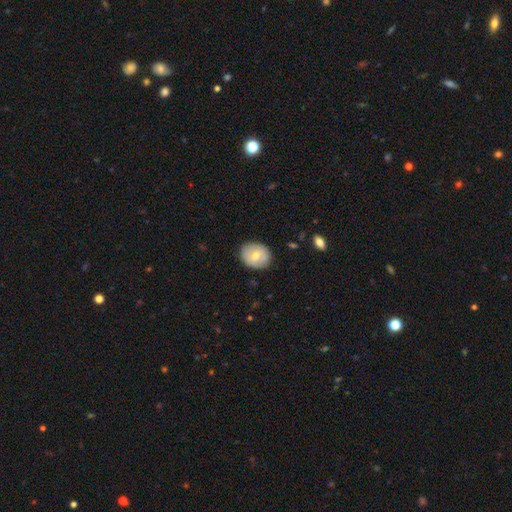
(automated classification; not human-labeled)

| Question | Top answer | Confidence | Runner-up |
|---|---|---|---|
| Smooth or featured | smooth | 65% | featured or disk (28%) |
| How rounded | round | 61% | in between (38%) |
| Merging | none | 85% | minor disturbance (12%) |